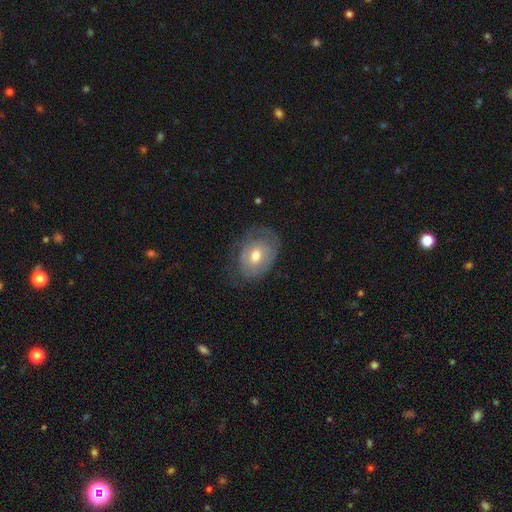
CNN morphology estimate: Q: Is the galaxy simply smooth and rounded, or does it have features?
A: smooth — 51%.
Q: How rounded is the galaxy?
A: in between — 68%.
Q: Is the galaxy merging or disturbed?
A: none — 57%.